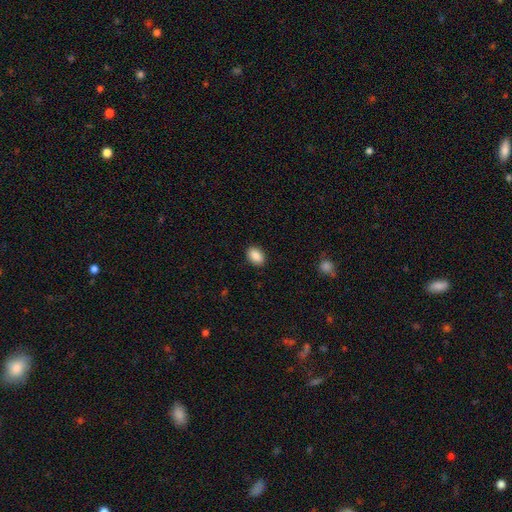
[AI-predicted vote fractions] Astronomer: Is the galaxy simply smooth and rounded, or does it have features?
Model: smooth — 89%.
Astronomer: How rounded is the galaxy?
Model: in between — 82%.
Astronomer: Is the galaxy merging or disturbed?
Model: none — 89%.